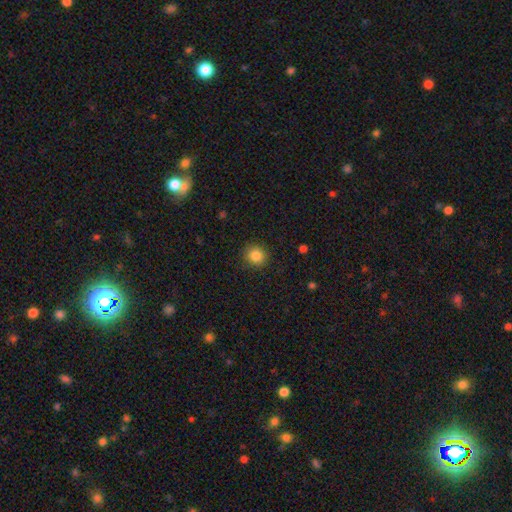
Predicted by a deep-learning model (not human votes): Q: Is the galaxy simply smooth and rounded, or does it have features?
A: smooth — 84%.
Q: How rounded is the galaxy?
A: round — 91%.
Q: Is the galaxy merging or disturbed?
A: none — 90%.